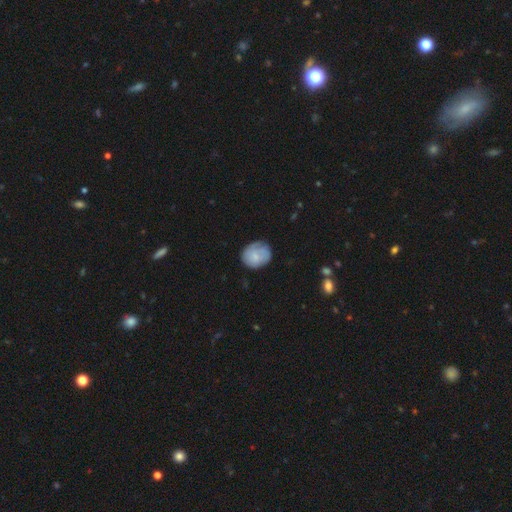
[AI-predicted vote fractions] Smooth or featured? Predicted: smooth (p=0.72). How rounded? Predicted: round (p=0.67). Merging? Predicted: none (p=0.68).